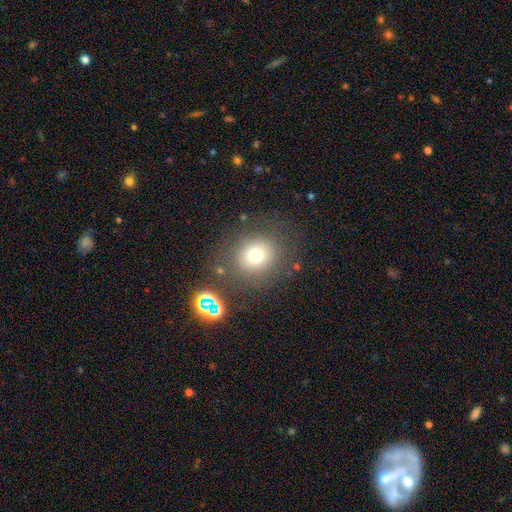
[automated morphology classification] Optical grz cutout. It shows a smooth galaxy with no disk features (72%) that is round (82%). Merging: none (77%).